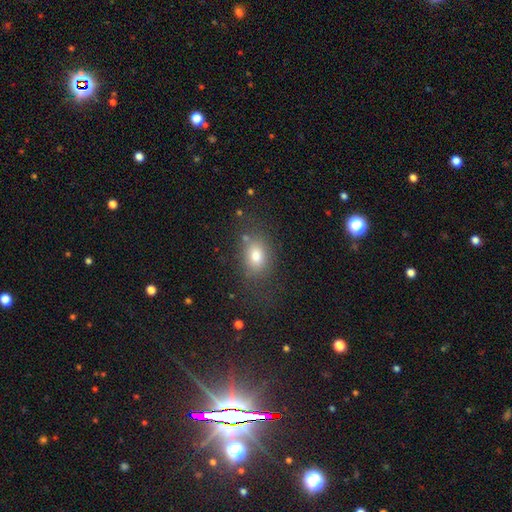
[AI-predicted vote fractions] Smooth or featured?
  - smooth: 78% *
  - star or artifact: 11%
  - featured or disk: 11%
How rounded?
  - in between: 73% *
  - round: 25%
  - cigar-shaped: 2%
Merging?
  - none: 67% *
  - minor disturbance: 19%
  - major disturbance: 10%
  - merger: 4%